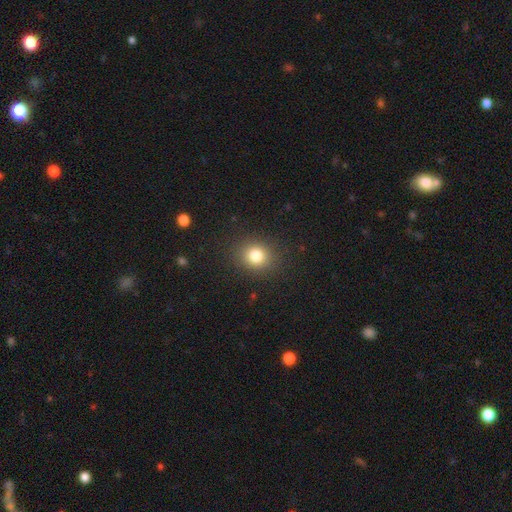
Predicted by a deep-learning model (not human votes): smooth_or_featured: smooth (p=0.81) [alt: star or artifact p=0.13]
how_rounded: round (p=0.76) [alt: in between p=0.23]
merging: none (p=0.88) [alt: minor disturbance p=0.08]